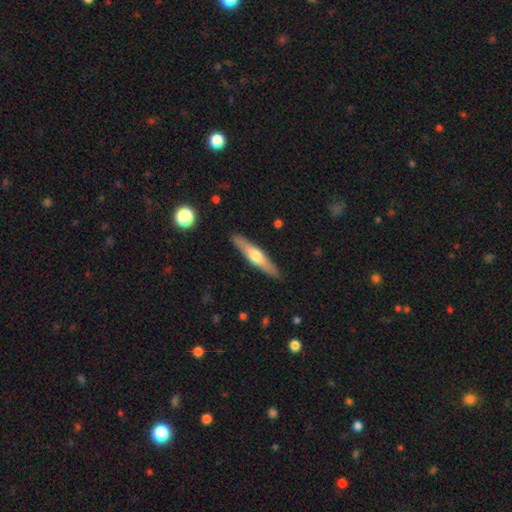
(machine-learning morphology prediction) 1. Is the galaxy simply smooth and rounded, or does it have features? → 51% featured or disk, 44% smooth, 5% star or artifact.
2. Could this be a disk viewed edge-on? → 92% yes, 8% no.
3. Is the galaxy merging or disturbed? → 90% none, 8% minor disturbance, 2% major disturbance, 1% merger.